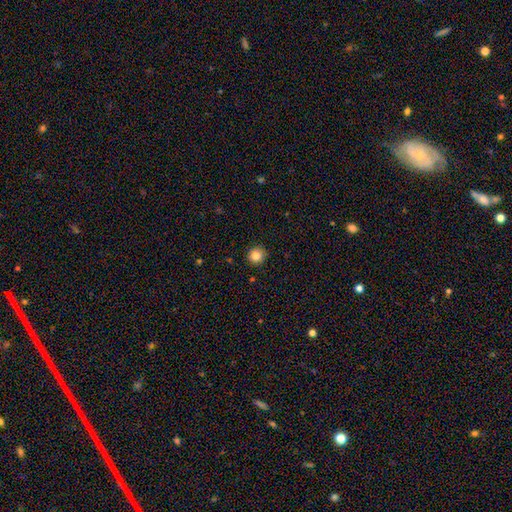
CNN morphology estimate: smooth 84%, star or artifact 10%, featured or disk 5%. Down the decision tree: how rounded — round (93%); merging — none (90%).